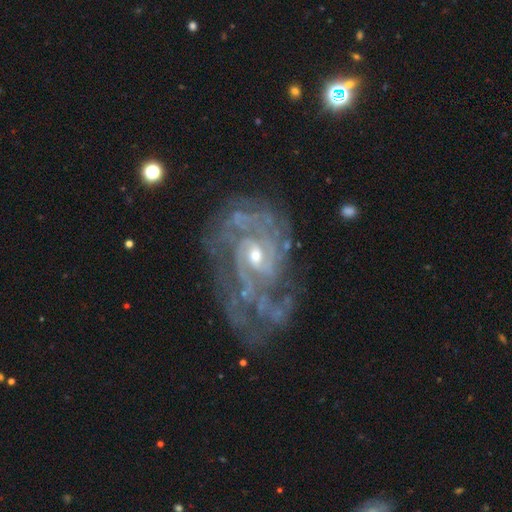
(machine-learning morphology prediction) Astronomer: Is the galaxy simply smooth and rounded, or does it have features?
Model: featured or disk — 91%.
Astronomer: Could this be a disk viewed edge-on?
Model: no — 97%.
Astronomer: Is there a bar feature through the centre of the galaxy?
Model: no — 45% (runner-up: weak, 43%).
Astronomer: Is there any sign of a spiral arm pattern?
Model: yes — 96%.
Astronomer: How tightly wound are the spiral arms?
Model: tight — 60%.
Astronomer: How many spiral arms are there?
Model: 2 — 33% (runner-up: can't tell, 28%).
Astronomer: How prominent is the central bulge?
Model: moderate — 50% (runner-up: small, 46%).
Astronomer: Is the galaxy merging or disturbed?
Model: none — 52%.